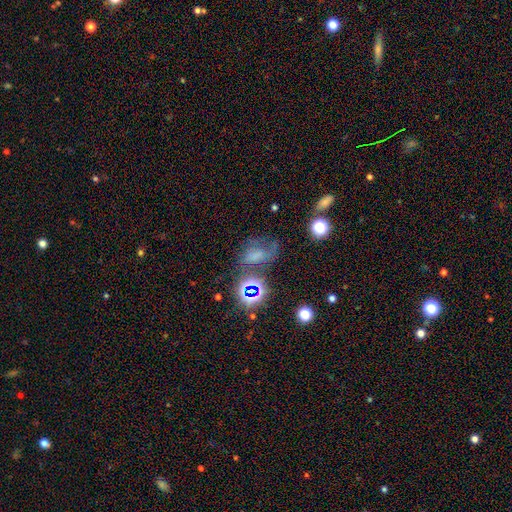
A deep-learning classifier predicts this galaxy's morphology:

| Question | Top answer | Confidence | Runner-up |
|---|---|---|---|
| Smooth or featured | smooth | 37% | featured or disk (32%) |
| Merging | none | 37% | major disturbance (30%) |